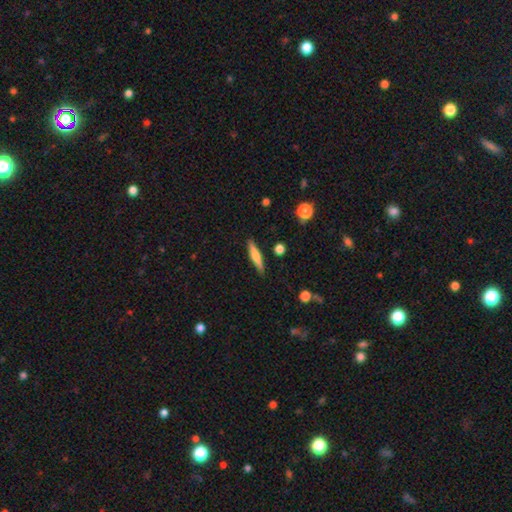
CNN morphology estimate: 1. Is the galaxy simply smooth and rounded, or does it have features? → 55% smooth, 39% featured or disk, 7% star or artifact.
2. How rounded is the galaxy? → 87% cigar-shaped, 11% in between, 2% round.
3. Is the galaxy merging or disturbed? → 88% none, 8% minor disturbance, 2% major disturbance, 2% merger.